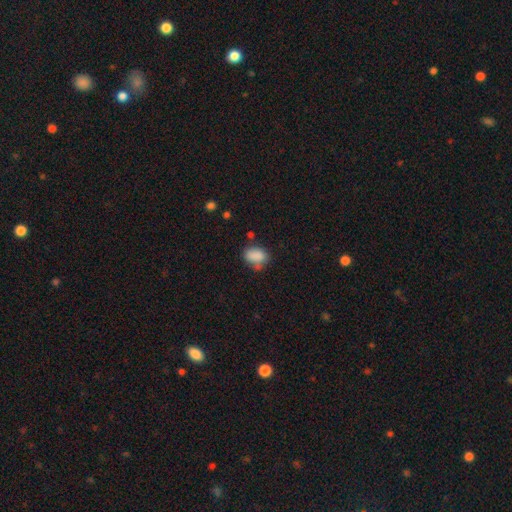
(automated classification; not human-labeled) Smooth or featured? Predicted: smooth (p=0.83). How rounded? Predicted: in between (p=0.80). Merging? Predicted: none (p=0.53).